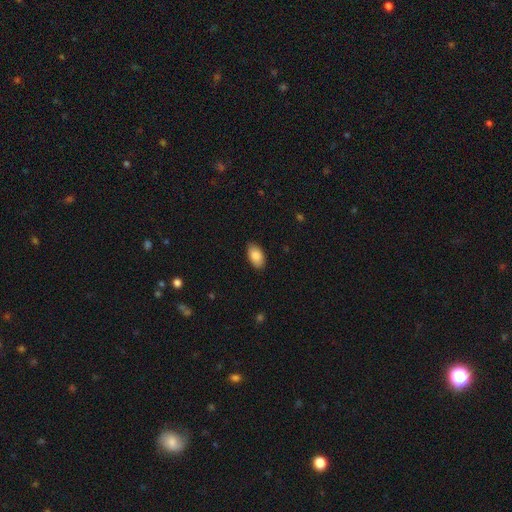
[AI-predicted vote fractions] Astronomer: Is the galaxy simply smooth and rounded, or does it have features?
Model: smooth — 86%.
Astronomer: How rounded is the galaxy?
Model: in between — 94%.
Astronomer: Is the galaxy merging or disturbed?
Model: none — 86%.